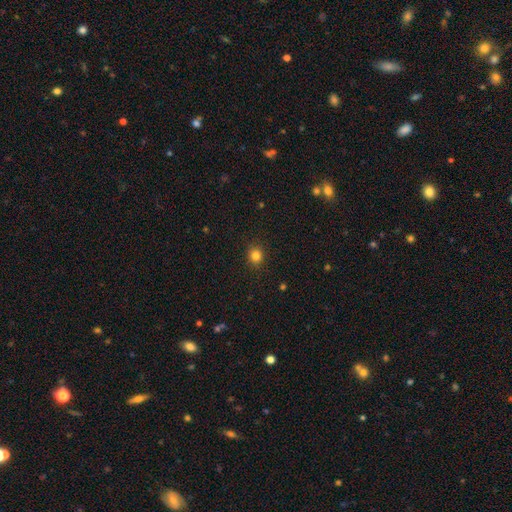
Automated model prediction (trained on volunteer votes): This appears to be a smooth galaxy with no disk features (83%) that is round (83%). Merging: none (90%).